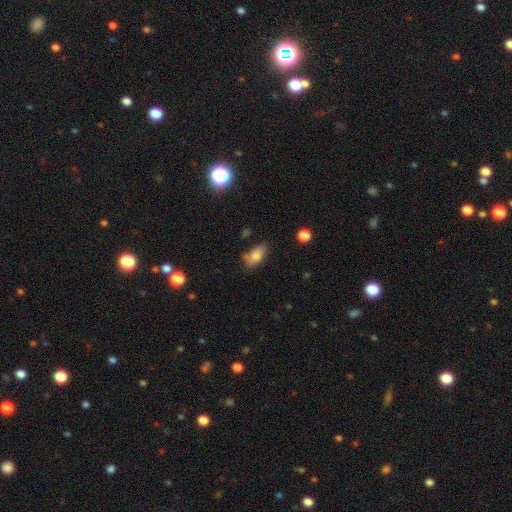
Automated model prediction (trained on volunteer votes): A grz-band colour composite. It shows a smooth galaxy with no disk features (79%) that is in between round and cigar-shaped (88%). Merging: none (58%).